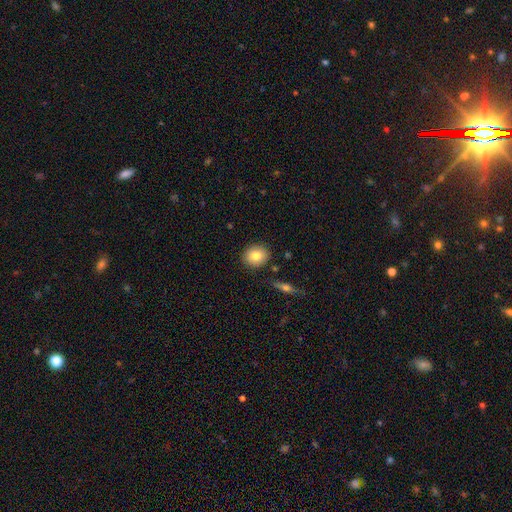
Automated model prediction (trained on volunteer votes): A smooth galaxy with no disk features (81%) that is round (69%). Merging: none (87%).